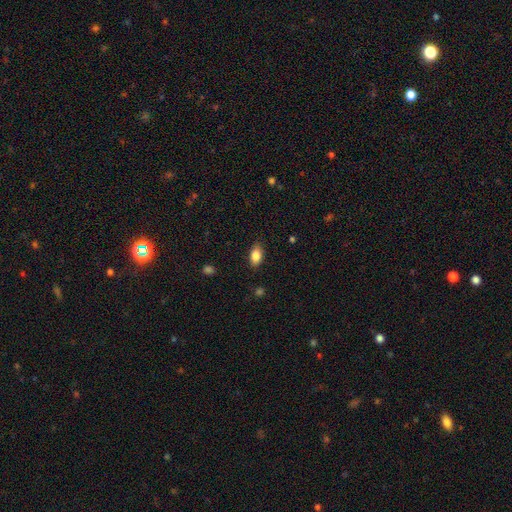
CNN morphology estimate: This appears to be a smooth galaxy with no disk features (83%) that is in between round and cigar-shaped (88%). Merging: none (84%).